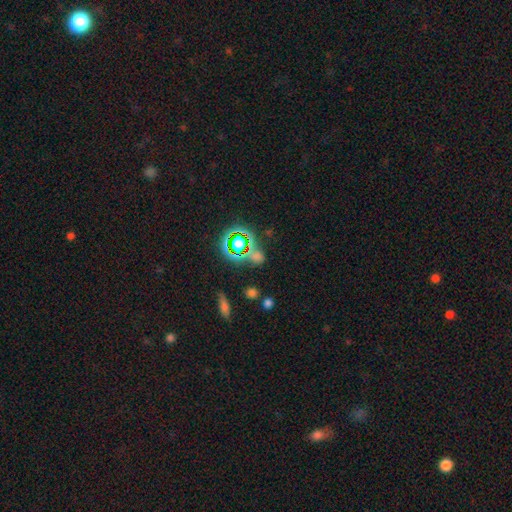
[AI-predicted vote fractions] A star or artifact, not a galaxy (54%).